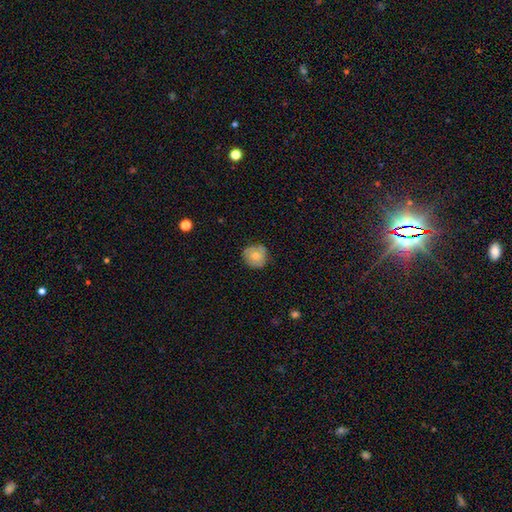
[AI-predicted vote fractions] Overall: smooth (68%). How rounded: round (91%). Merging: none (77%).